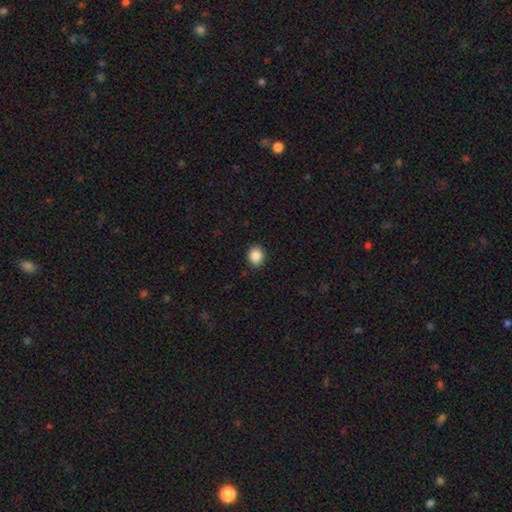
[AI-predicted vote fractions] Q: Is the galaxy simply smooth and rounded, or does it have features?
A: smooth — 87%.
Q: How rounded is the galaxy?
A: round — 63%.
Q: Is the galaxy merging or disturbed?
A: none — 91%.